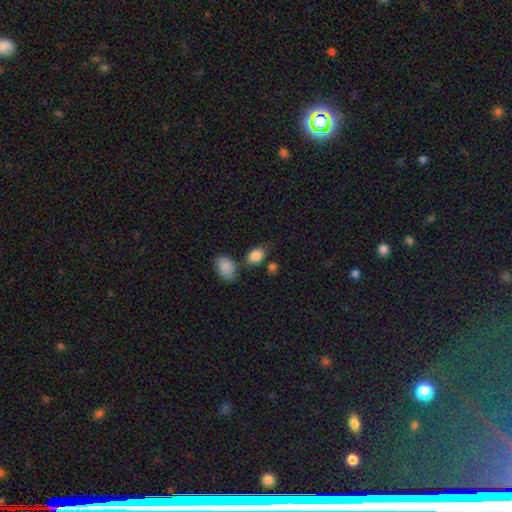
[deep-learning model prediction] smooth_or_featured: smooth (p=0.87) [alt: star or artifact p=0.08]
how_rounded: in between (p=0.75) [alt: round p=0.23]
merging: none (p=0.62) [alt: minor disturbance p=0.18]